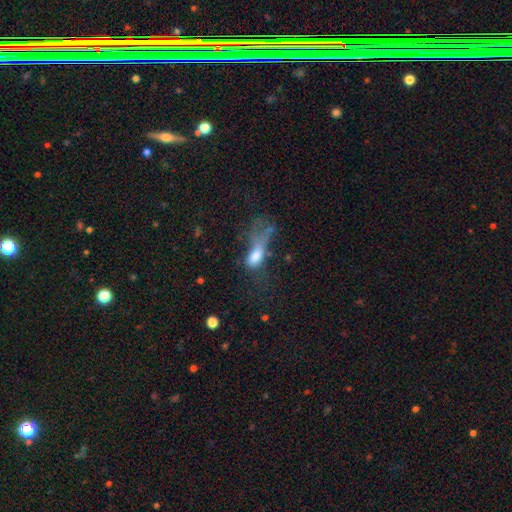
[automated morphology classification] Smooth or featured?
  - smooth: 62% *
  - featured or disk: 25%
  - star or artifact: 13%
How rounded?
  - in between: 75% *
  - cigar-shaped: 18%
  - round: 6%
Merging?
  - major disturbance: 60% *
  - minor disturbance: 15%
  - none: 15%
  - merger: 10%